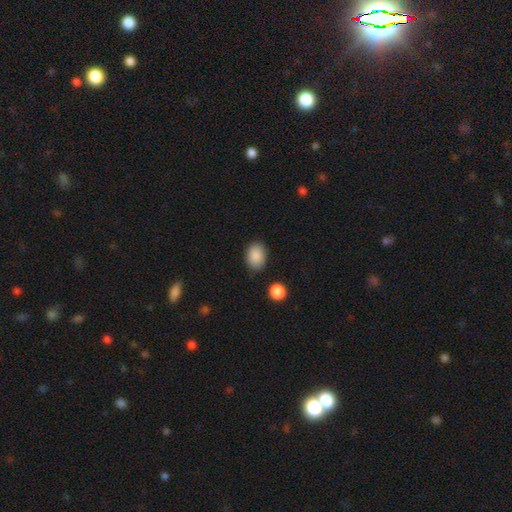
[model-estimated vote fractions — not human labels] Smooth or featured?
  - smooth: 89% *
  - star or artifact: 7%
  - featured or disk: 4%
How rounded?
  - in between: 76% *
  - round: 23%
  - cigar-shaped: 1%
Merging?
  - none: 84% *
  - minor disturbance: 11%
  - major disturbance: 3%
  - merger: 2%